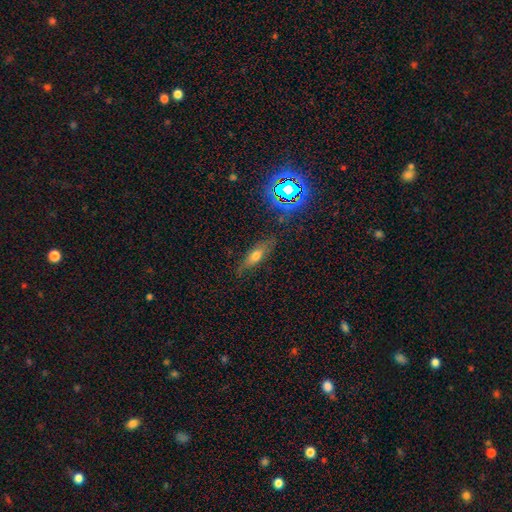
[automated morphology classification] A smooth galaxy with no disk features (52%) that is cigar-shaped (48%). Merging: none (76%).